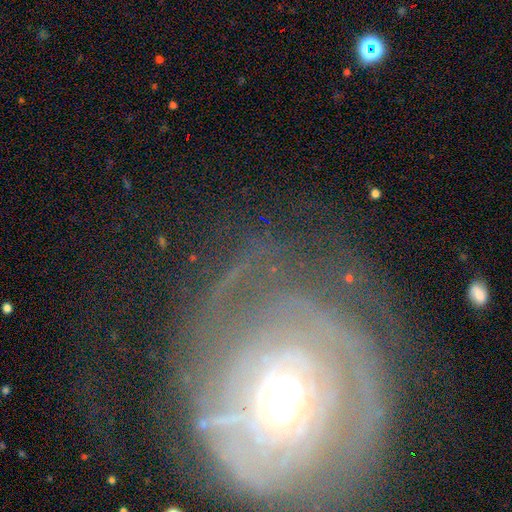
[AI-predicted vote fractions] Overall: featured or disk (79%). Edge-on disk: no (96%). Bar: no (77%). Spiral arms: yes (79%). Spiral arm count: can't tell (48%; 2 15%). Spiral winding: tight (73%). Bulge size: moderate (59%; small 30%). Merging: none (58%; major disturbance 21%).